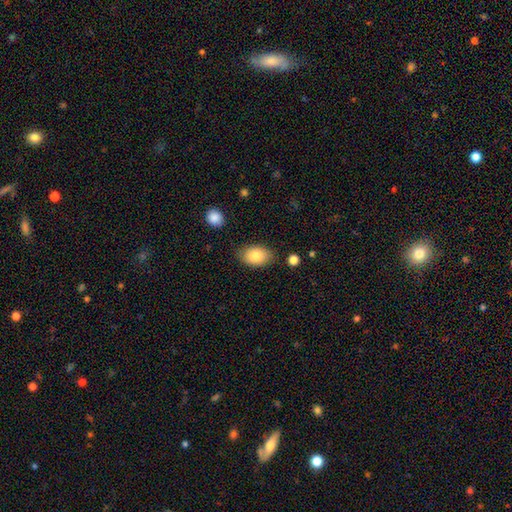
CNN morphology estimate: This appears to be a smooth galaxy with no disk features (85%) that is in between round and cigar-shaped (88%). Merging: none (80%).